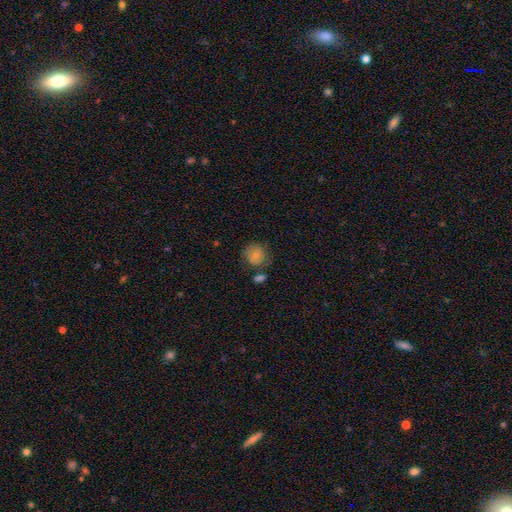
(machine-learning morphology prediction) Smooth or featured? smooth (74%)
How rounded? round (79%)
Merging? none (59%)